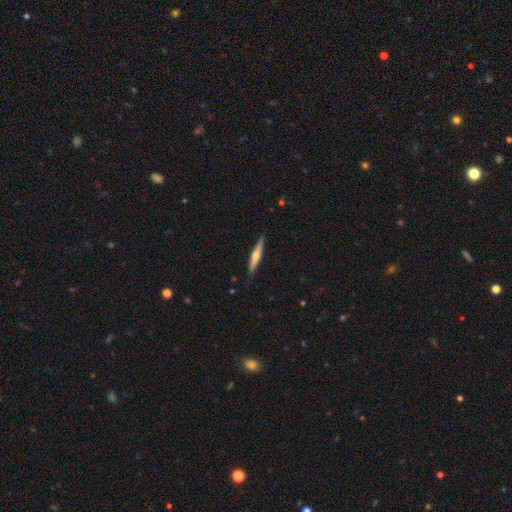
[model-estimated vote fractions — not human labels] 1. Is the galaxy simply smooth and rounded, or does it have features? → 54% featured or disk, 41% smooth, 5% star or artifact.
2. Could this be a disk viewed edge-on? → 97% yes, 3% no.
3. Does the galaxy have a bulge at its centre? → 85% rounded, 10% none, 5% boxy.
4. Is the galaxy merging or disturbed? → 88% none, 9% minor disturbance, 2% major disturbance, 1% merger.